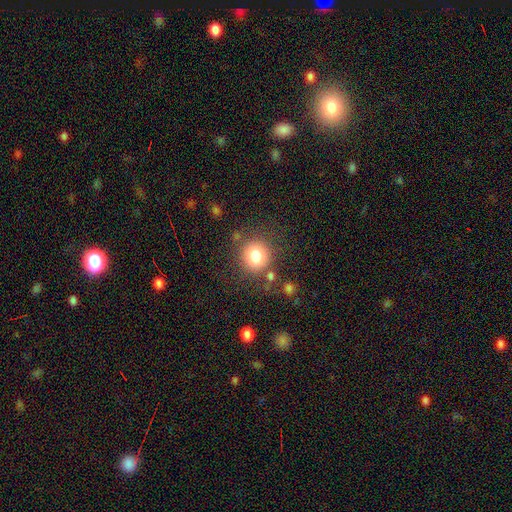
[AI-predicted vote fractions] The model was most divided on "smooth or featured": smooth: 80%, star or artifact: 11%, featured or disk: 9%. More confident: how rounded — round (91%); merging — none (79%).